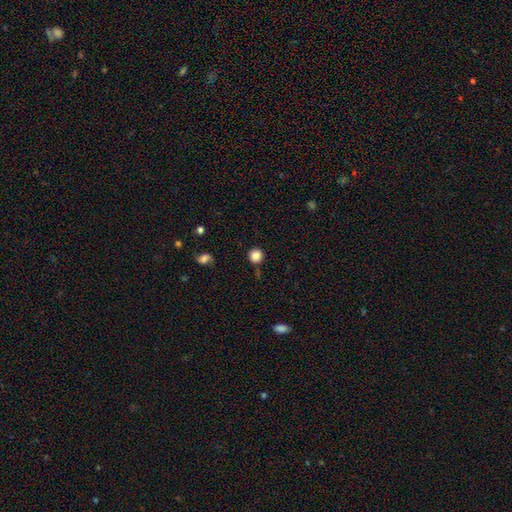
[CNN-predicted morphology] Smooth or featured? Predicted: smooth (p=0.86). How rounded? Predicted: round (p=0.94). Merging? Predicted: none (p=0.84).